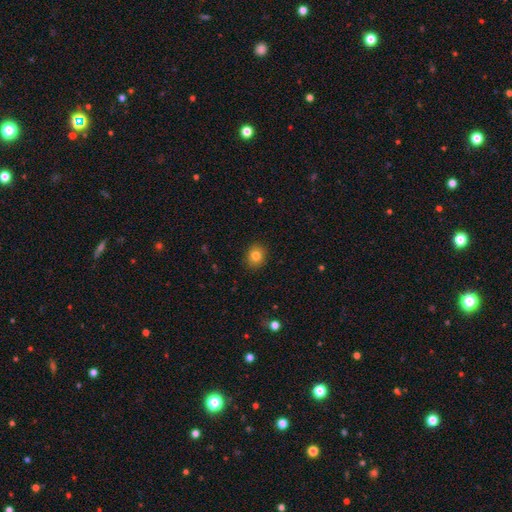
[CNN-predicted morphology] Smooth or featured?
  - smooth: 82% *
  - star or artifact: 11%
  - featured or disk: 7%
How rounded?
  - round: 76% *
  - in between: 23%
  - cigar-shaped: 1%
Merging?
  - none: 90% *
  - minor disturbance: 7%
  - major disturbance: 2%
  - merger: 1%